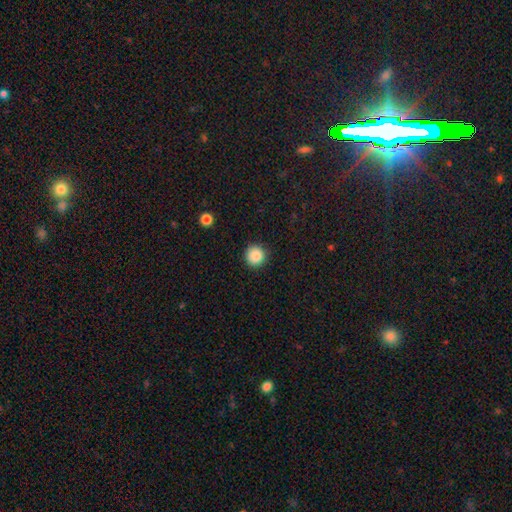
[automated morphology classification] The model was most divided on "smooth or featured": smooth: 87%, star or artifact: 10%, featured or disk: 3%. More confident: how rounded — round (95%); merging — none (92%).